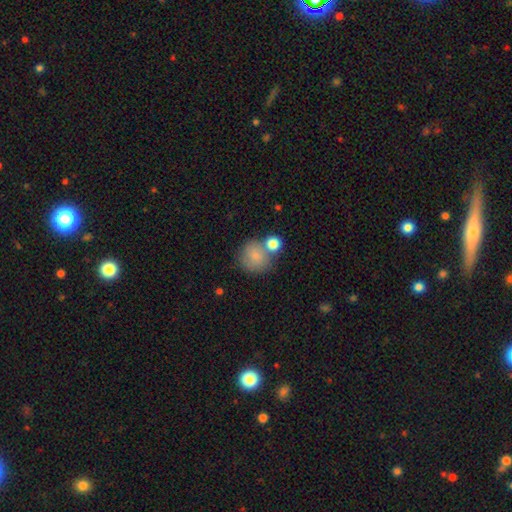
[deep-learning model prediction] This appears to be a smooth galaxy with no disk features (82%) that is round (86%). Merging: none (55%).